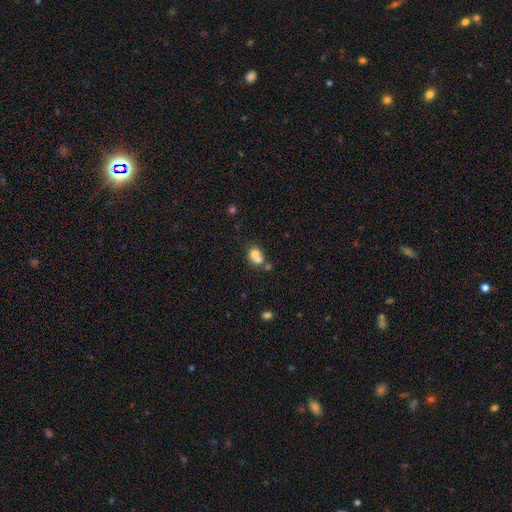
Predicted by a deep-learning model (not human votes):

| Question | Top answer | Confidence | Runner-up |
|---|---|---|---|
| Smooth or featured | smooth | 70% | featured or disk (19%) |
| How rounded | round | 58% | in between (41%) |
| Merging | merger | 62% | none (25%) |